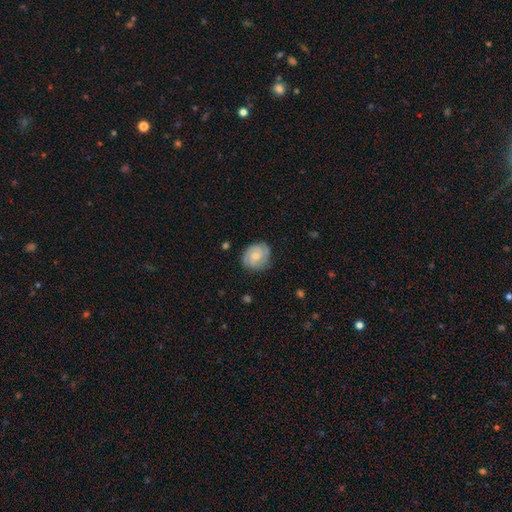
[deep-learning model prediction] smooth-or-featured: featured or disk: 53% | smooth: 40% | star or artifact: 7%
  disk-edge-on: no: 97% | yes: 3%
    bar: no: 73% | weak: 24% | strong: 3%
    has-spiral-arms: yes: 85% | no: 15%
    bulge-size: moderate: 48% | small: 44% | none: 4% | large: 3% | dominant: 1%
  merging: none: 76% | minor disturbance: 19% | major disturbance: 4% | merger: 1%